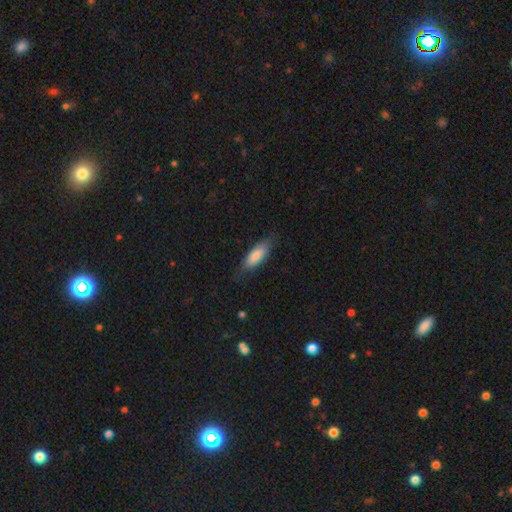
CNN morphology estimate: Q: Smooth or featured?
A: smooth (81%); runner-up: featured or disk (14%)
Q: How rounded?
A: in between (65%); runner-up: cigar-shaped (33%)
Q: Merging?
A: none (73%); runner-up: minor disturbance (21%)